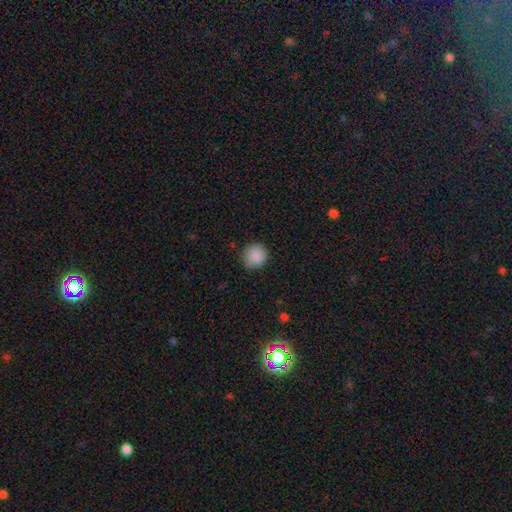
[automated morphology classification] Q: Smooth or featured?
A: smooth (88%); runner-up: star or artifact (8%)
Q: How rounded?
A: round (92%); runner-up: in between (7%)
Q: Merging?
A: none (85%); runner-up: minor disturbance (11%)